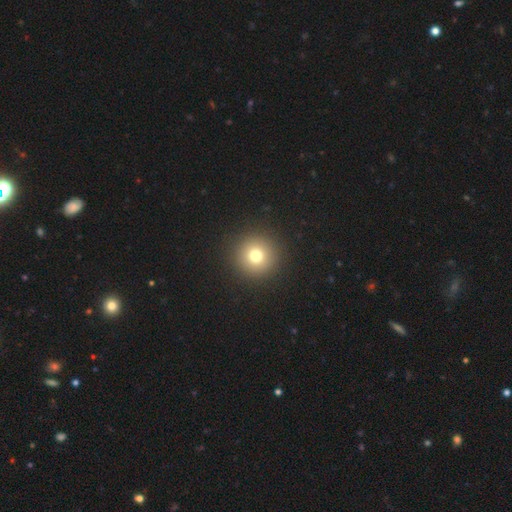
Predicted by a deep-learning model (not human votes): smooth_or_featured: smooth (p=0.75) [alt: star or artifact p=0.15]
how_rounded: round (p=0.96) [alt: in between p=0.03]
merging: none (p=0.93) [alt: minor disturbance p=0.04]